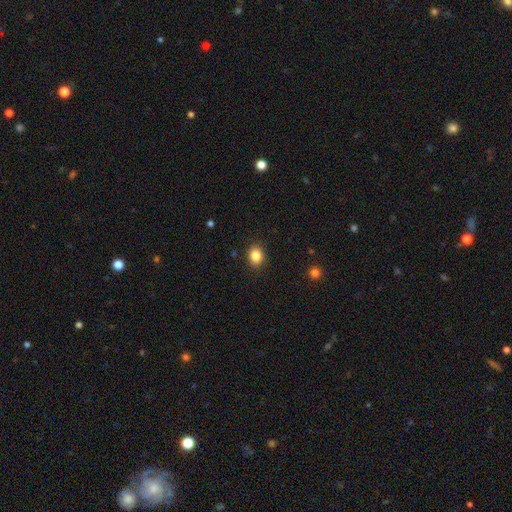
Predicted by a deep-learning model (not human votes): A smooth galaxy with no disk features (84%) that is round (60%). Merging: none (89%).